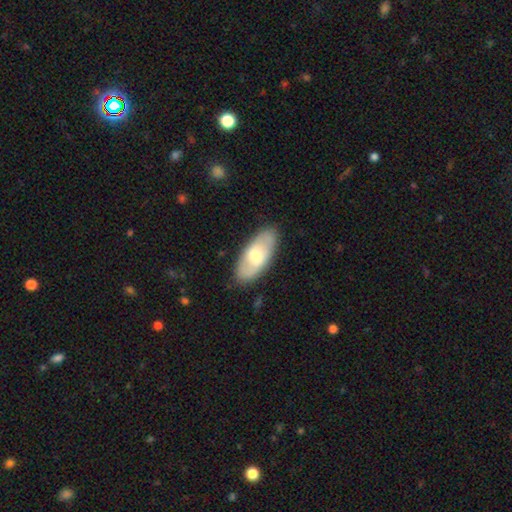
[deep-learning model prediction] Smooth or featured?
  - smooth: 60% *
  - featured or disk: 35%
  - star or artifact: 5%
How rounded?
  - in between: 88% *
  - cigar-shaped: 10%
  - round: 3%
Merging?
  - none: 86% *
  - minor disturbance: 10%
  - major disturbance: 2%
  - merger: 1%